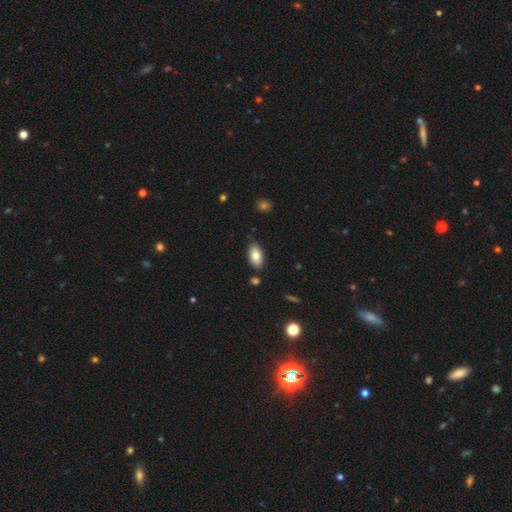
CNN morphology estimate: smooth_or_featured: smooth (p=0.81) [alt: featured or disk p=0.12]
how_rounded: in between (p=0.94) [alt: round p=0.03]
merging: none (p=0.83) [alt: minor disturbance p=0.12]